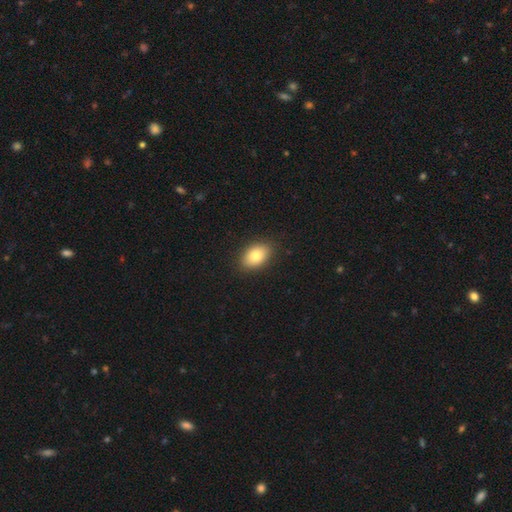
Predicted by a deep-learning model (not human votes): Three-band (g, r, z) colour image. It shows a smooth galaxy with no disk features (82%) that is in between round and cigar-shaped (88%). Merging: none (88%).